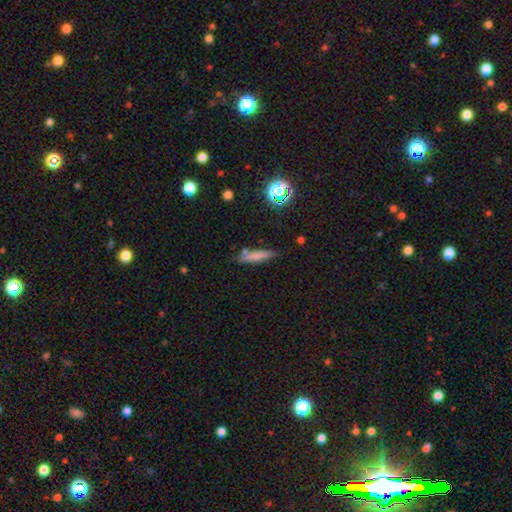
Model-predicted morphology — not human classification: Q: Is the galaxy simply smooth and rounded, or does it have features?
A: smooth — 71%.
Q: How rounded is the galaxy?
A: cigar-shaped — 81%.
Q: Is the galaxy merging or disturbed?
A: none — 73%.